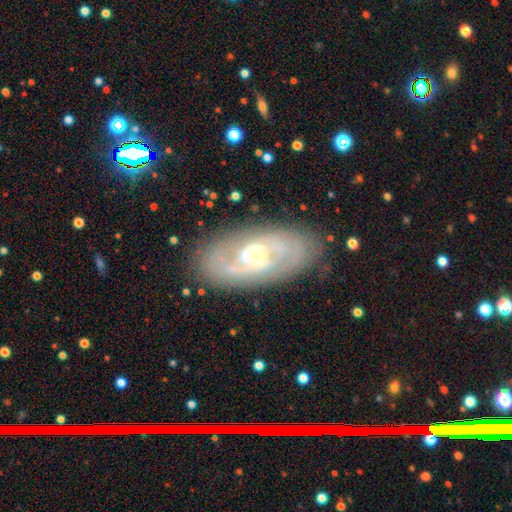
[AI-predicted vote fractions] featured or disk 77%, smooth 16%, star or artifact 7%. Down the decision tree: edge-on disk — no (93%); bar — weak (45%); spiral arms — yes (80%); spiral arm count — 2 (57%); spiral winding — tight (48%); bulge size — small (53%); merging — none (80%).